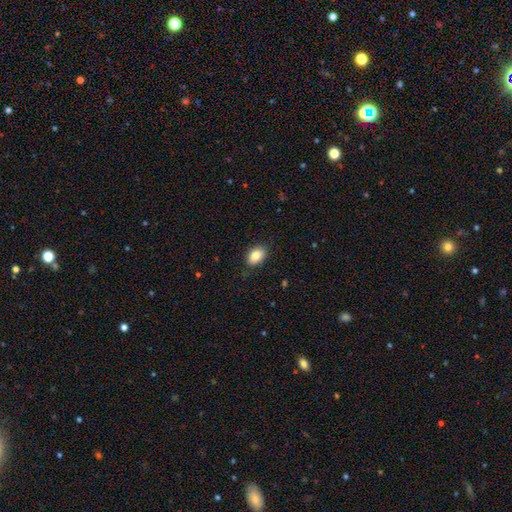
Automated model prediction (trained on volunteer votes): smooth_or_featured: smooth (p=0.84) [alt: star or artifact p=0.08]
how_rounded: in between (p=0.81) [alt: round p=0.18]
merging: none (p=0.85) [alt: minor disturbance p=0.12]